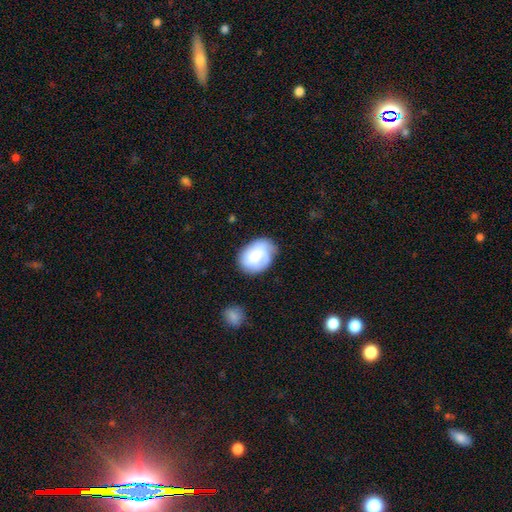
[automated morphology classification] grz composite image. It shows a smooth galaxy with no disk features (57%) that is in between round and cigar-shaped (59%). Merging: none (60%).